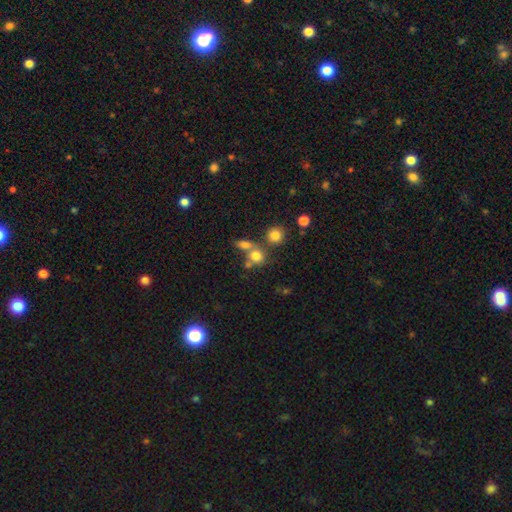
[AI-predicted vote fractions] Morphology: type=smooth (73%); roundness=round (69%); merging=none (46%).